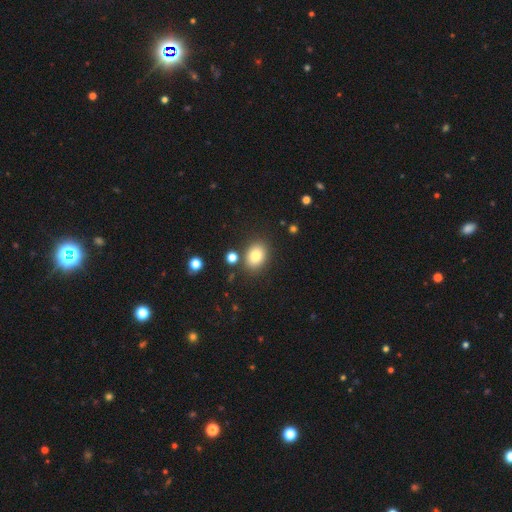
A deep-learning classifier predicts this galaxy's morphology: Smooth or featured: smooth — 82% (star or artifact — 10%)
How rounded: in between — 64% (round — 35%)
Merging: none — 82% (minor disturbance — 10%)